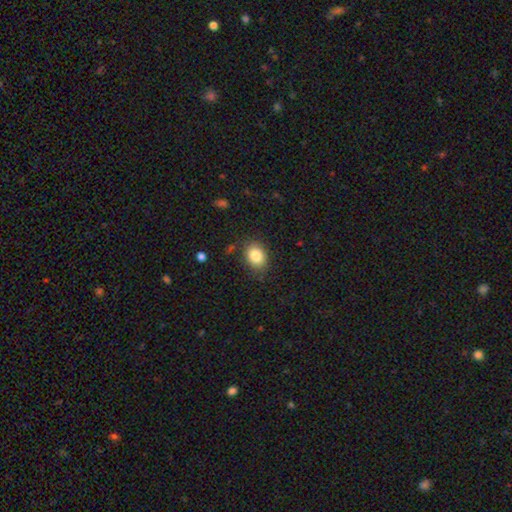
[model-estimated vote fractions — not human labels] The model was most divided on "how rounded": in between: 64%, round: 35%, cigar-shaped: 1%. More confident: smooth or featured — smooth (84%); merging — none (83%).